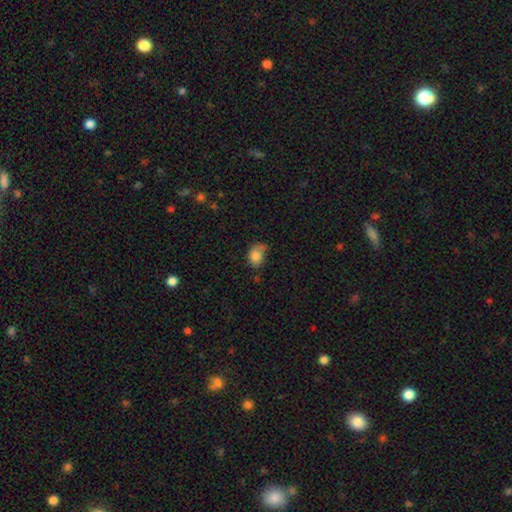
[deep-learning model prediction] This appears to be a smooth galaxy with no disk features (82%) that is in between round and cigar-shaped (52%). Merging: none (41%).